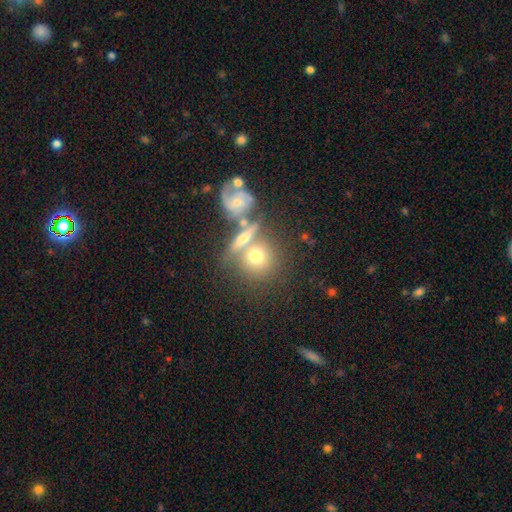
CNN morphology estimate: A smooth galaxy with no disk features (54%) that is round (78%).

Vote fractions:
- Smooth or featured? smooth: 54% / featured or disk: 34% / star or artifact: 12%
- How rounded? round: 78% / in between: 19% / cigar-shaped: 3%
- Merging? none: 46% / merger: 36% / minor disturbance: 11% / major disturbance: 6%